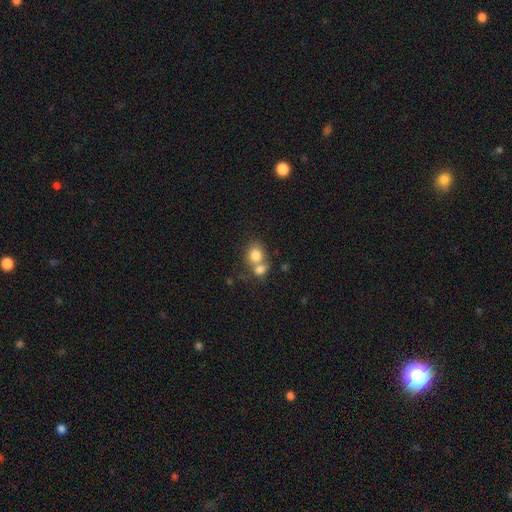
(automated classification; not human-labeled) Overall: smooth (80%). How rounded: round (65%; in between 35%). Merging: merger (57%; none 32%).